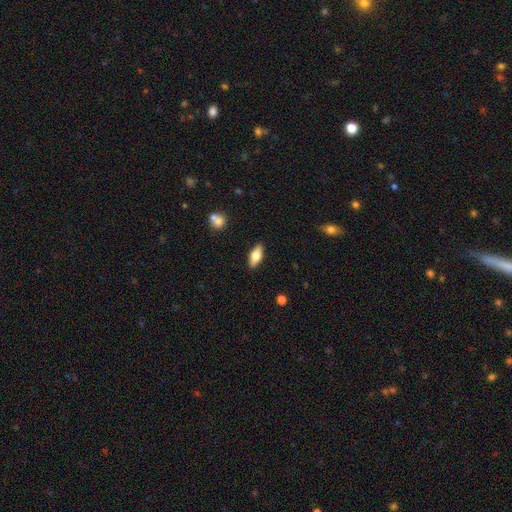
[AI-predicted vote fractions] smooth_or_featured: smooth (p=0.59) [alt: featured or disk p=0.35]
how_rounded: in between (p=0.73) [alt: cigar-shaped p=0.24]
merging: none (p=0.88) [alt: minor disturbance p=0.09]